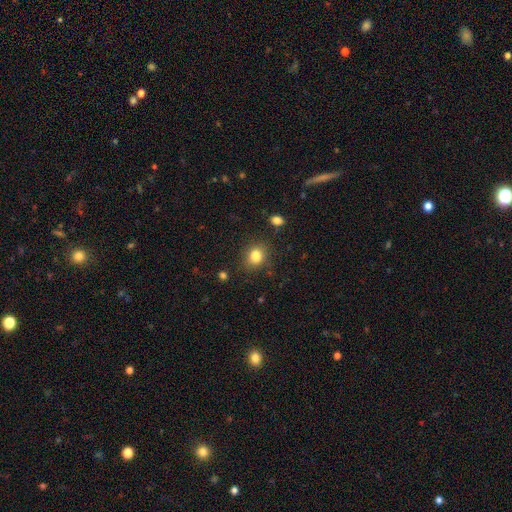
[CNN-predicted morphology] Smooth or featured? Predicted: smooth (p=0.83). How rounded? Predicted: round (p=0.57). Merging? Predicted: none (p=0.82).